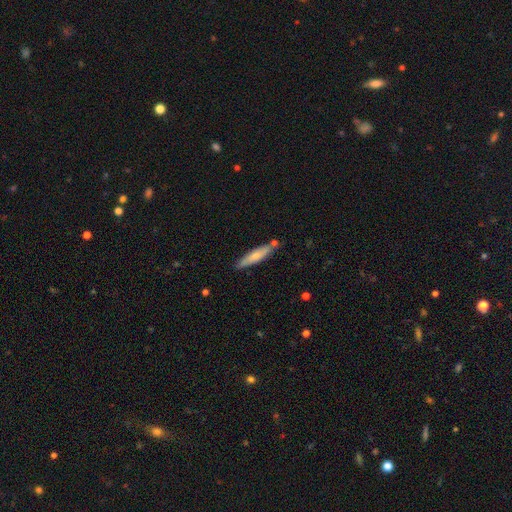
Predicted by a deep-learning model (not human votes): smooth 65%, featured or disk 30%, star or artifact 6%. Down the decision tree: how rounded — cigar-shaped (81%); merging — none (77%).